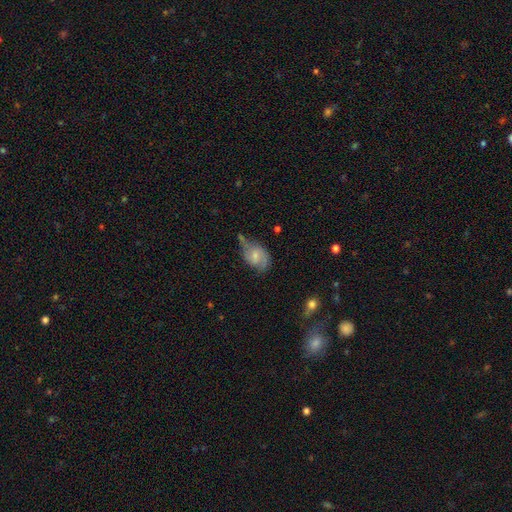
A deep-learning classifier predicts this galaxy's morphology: smooth_or_featured: featured or disk (p=0.54) [alt: smooth p=0.38]
disk_edge_on: no (p=0.96) [alt: yes p=0.04]
bar: no (p=0.52) [alt: weak p=0.41]
has_spiral_arms: yes (p=0.84) [alt: no p=0.16]
bulge_size: small (p=0.54) [alt: moderate p=0.35]
merging: none (p=0.47) [alt: minor disturbance p=0.31]